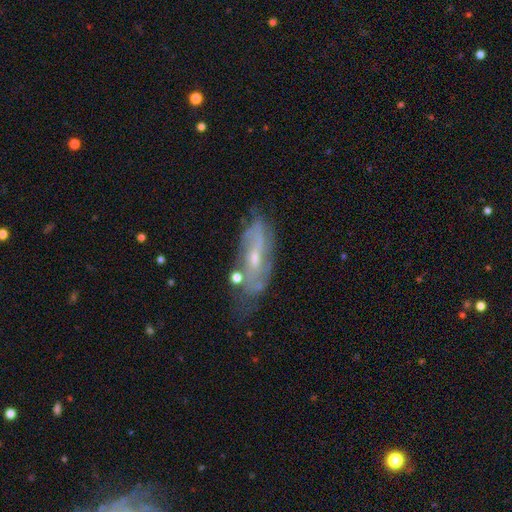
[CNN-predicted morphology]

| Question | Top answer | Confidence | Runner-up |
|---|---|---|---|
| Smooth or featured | featured or disk | 73% | smooth (19%) |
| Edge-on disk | no | 81% | yes (19%) |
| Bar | weak | 42% | no (41%) |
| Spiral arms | yes | 77% | no (23%) |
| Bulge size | small | 58% | moderate (36%) |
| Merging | none | 59% | minor disturbance (25%) |